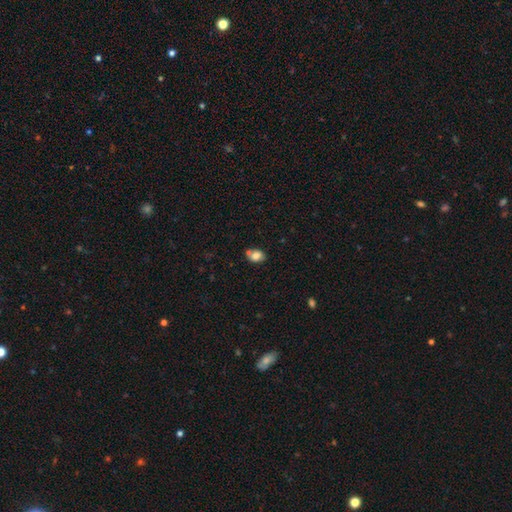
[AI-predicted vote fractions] Smooth or featured? Predicted: smooth (p=0.78). How rounded? Predicted: in between (p=0.67). Merging? Predicted: none (p=0.58).